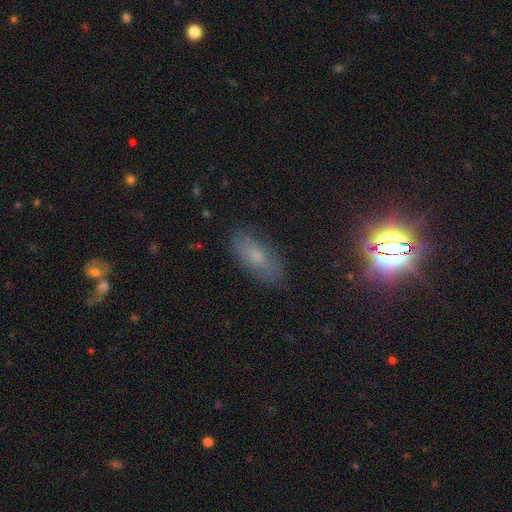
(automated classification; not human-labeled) The model was most divided on "smooth or featured": smooth: 61%, featured or disk: 21%, star or artifact: 18%. More confident: how rounded — in between (80%); merging — none (79%).